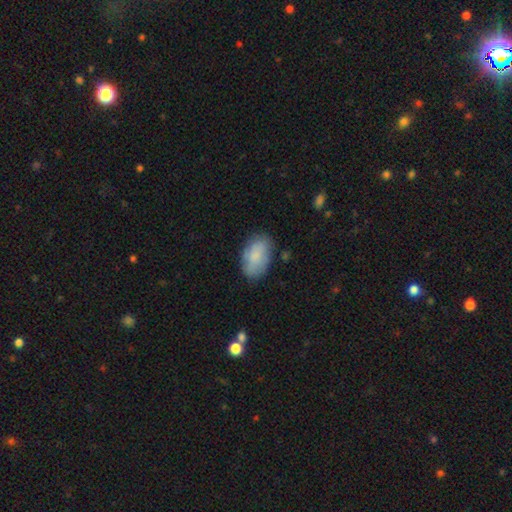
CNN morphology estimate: smooth 77%, featured or disk 16%, star or artifact 7%. Down the decision tree: how rounded — in between (92%); merging — none (74%).